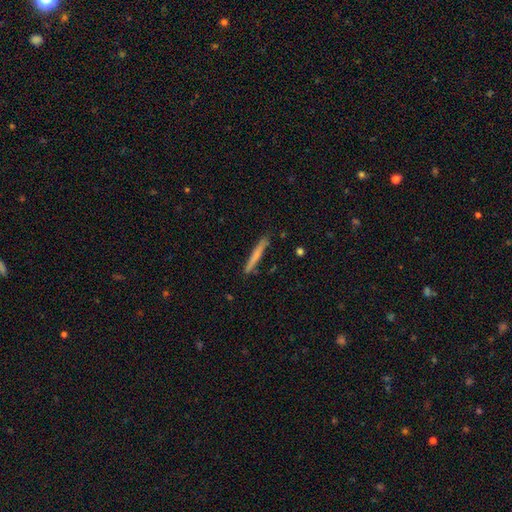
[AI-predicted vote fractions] smooth_or_featured: smooth (p=0.66) [alt: featured or disk p=0.28]
how_rounded: cigar-shaped (p=0.96) [alt: in between p=0.02]
merging: none (p=0.88) [alt: minor disturbance p=0.09]